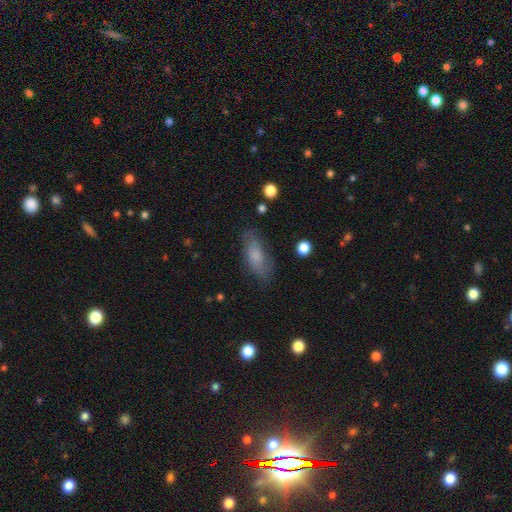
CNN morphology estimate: The model was most divided on "smooth or featured": smooth: 70%, featured or disk: 22%, star or artifact: 8%. More confident: how rounded — in between (78%); merging — none (72%).